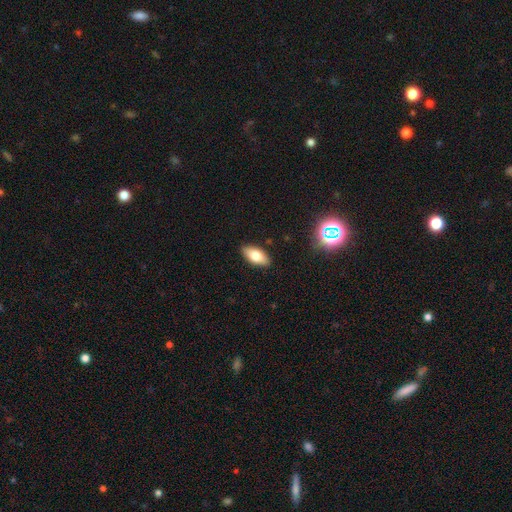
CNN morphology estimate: Smooth or featured? smooth (76%)
How rounded? in between (89%)
Merging? none (88%)